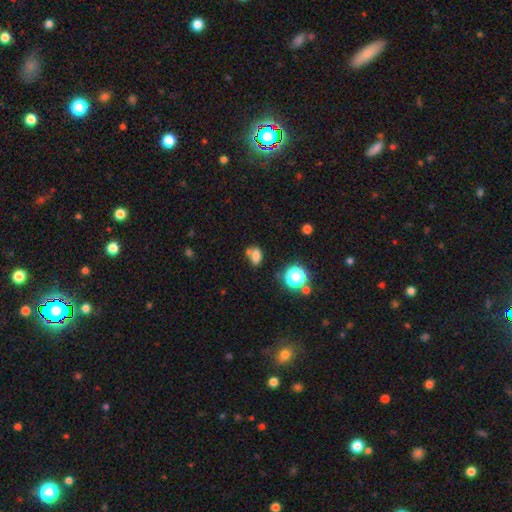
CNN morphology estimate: smooth-or-featured: smooth: 74% | star or artifact: 16% | featured or disk: 9%
  how-rounded: in between: 75% | round: 21% | cigar-shaped: 3%
  merging: none: 48% | merger: 31% | minor disturbance: 15% | major disturbance: 6%